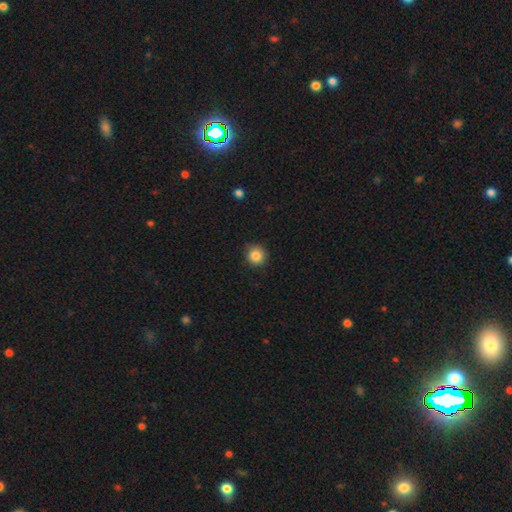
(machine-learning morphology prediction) The model was most divided on "smooth or featured": smooth: 85%, star or artifact: 10%, featured or disk: 5%. More confident: how rounded — round (93%); merging — none (88%).